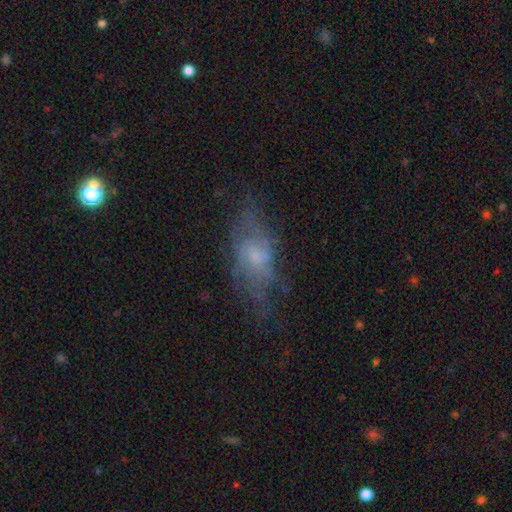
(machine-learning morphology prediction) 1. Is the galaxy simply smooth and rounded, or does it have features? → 52% featured or disk, 36% smooth, 13% star or artifact.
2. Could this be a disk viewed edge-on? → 85% no, 15% yes.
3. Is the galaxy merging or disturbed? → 59% none, 23% minor disturbance, 17% major disturbance, 2% merger.